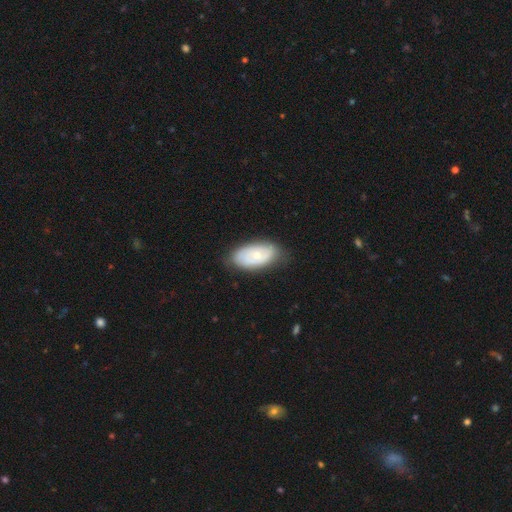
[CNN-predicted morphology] Q: Smooth or featured?
A: smooth (55%); runner-up: featured or disk (39%)
Q: How rounded?
A: in between (93%); runner-up: round (4%)
Q: Merging?
A: none (76%); runner-up: minor disturbance (19%)